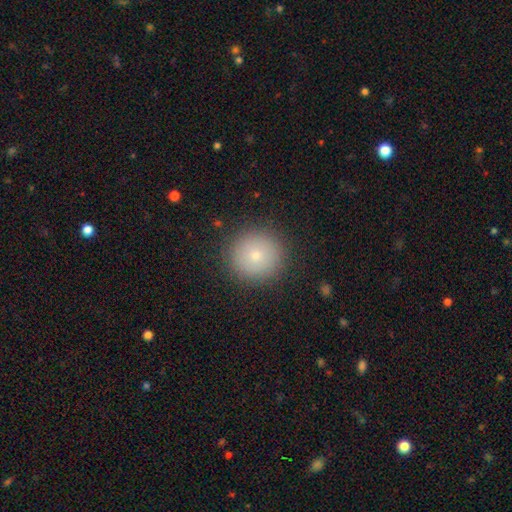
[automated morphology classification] The model was most divided on "smooth or featured": smooth: 77%, featured or disk: 13%, star or artifact: 11%. More confident: how rounded — round (94%); merging — none (90%).